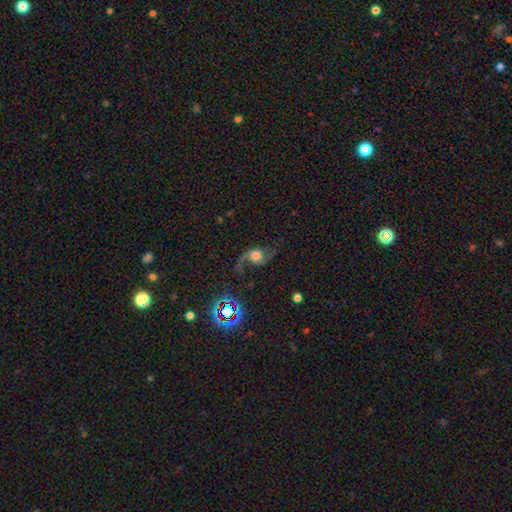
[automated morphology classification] Q: Smooth or featured?
A: featured or disk (76%); runner-up: smooth (13%)
Q: Edge-on disk?
A: no (96%); runner-up: yes (4%)
Q: Bar?
A: no (72%); runner-up: weak (22%)
Q: Spiral arms?
A: yes (95%); runner-up: no (5%)
Q: Spiral winding?
A: loose (82%); runner-up: medium (15%)
Q: Spiral arm count?
A: 2 (89%); runner-up: 1 (6%)
Q: Bulge size?
A: moderate (43%); runner-up: large (32%)
Q: Merging?
A: none (65%); runner-up: minor disturbance (17%)